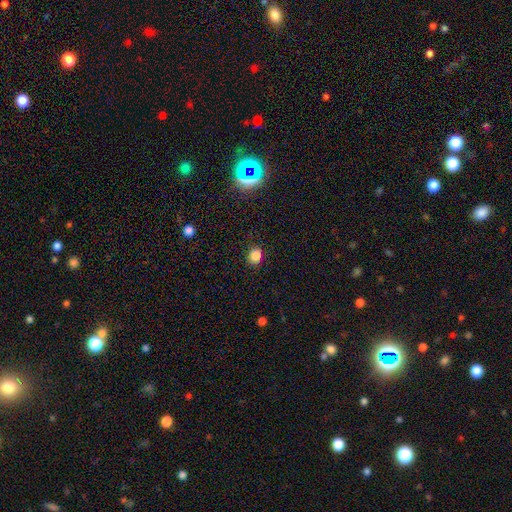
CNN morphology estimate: Overall: smooth (83%). How rounded: round (62%; in between 37%). Merging: none (86%).